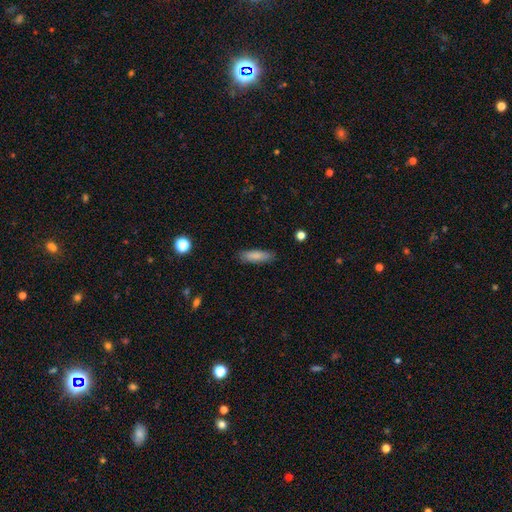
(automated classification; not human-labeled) Morphology: type=smooth (84%); roundness=cigar-shaped (57%); merging=none (85%).